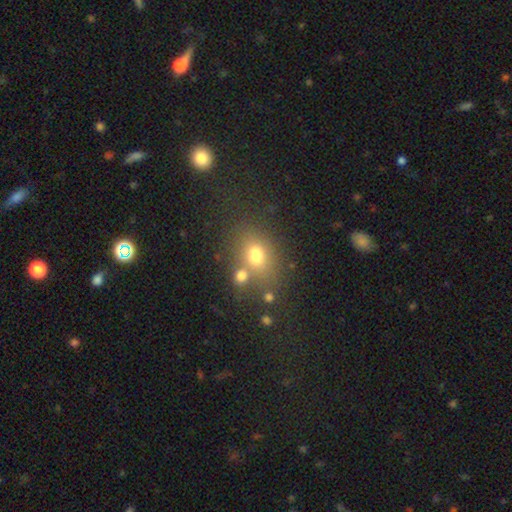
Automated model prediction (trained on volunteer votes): Smooth or featured? Predicted: smooth (p=0.68). How rounded? Predicted: in between (p=0.63). Merging? Predicted: none (p=0.55).